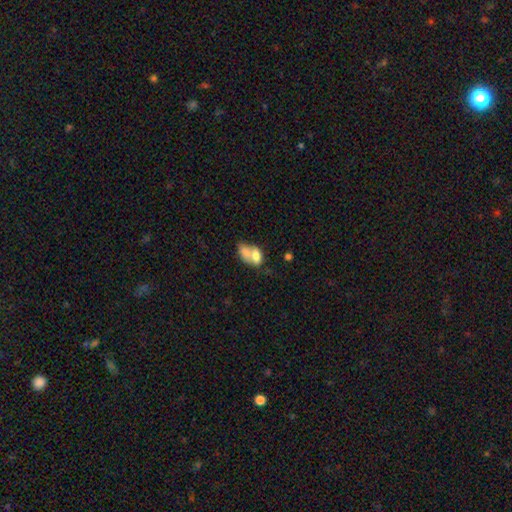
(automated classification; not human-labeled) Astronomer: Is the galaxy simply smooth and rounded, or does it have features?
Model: smooth — 68%.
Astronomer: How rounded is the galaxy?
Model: in between — 81%.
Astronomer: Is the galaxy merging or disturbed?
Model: merger — 69%.